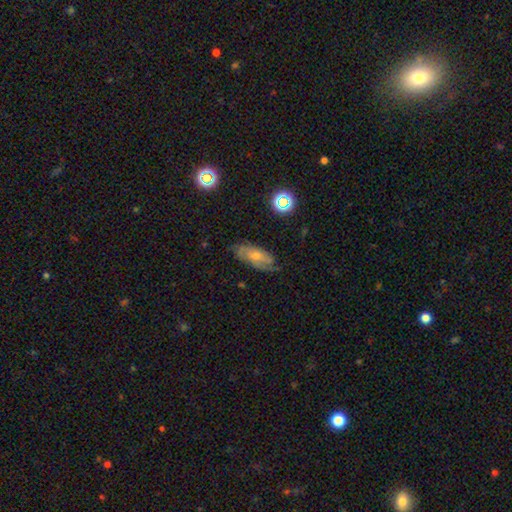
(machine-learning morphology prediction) A featured or disk galaxy (56%). Merging: none (72%).